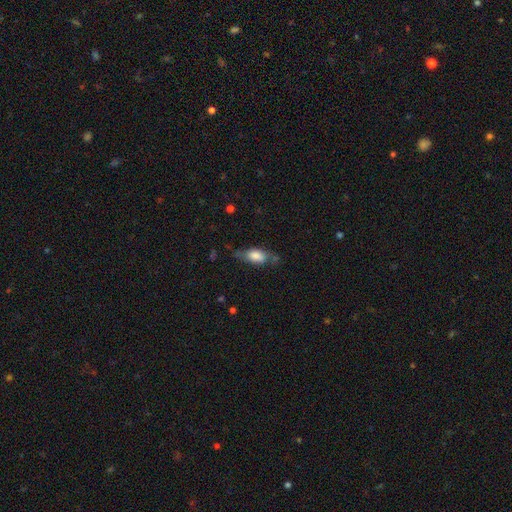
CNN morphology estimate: A smooth galaxy with no disk features (74%) that is in between round and cigar-shaped (85%).

Vote fractions:
- Smooth or featured? smooth: 74% / featured or disk: 18% / star or artifact: 7%
- How rounded? in between: 85% / cigar-shaped: 10% / round: 4%
- Merging? none: 54% / minor disturbance: 29% / major disturbance: 11% / merger: 6%